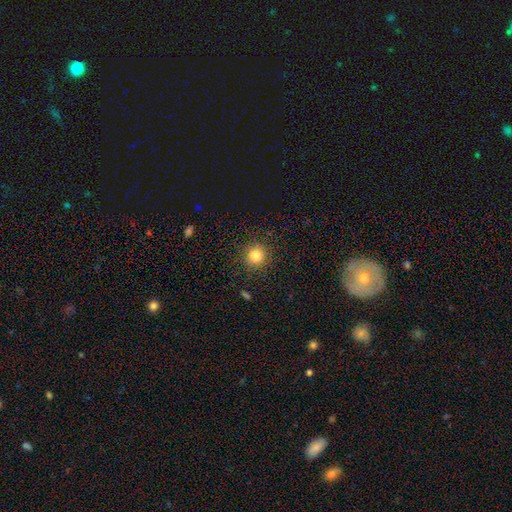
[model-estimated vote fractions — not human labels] smooth-or-featured: smooth: 82% | star or artifact: 12% | featured or disk: 6%
  how-rounded: round: 93% | in between: 6% | cigar-shaped: 1%
  merging: none: 89% | minor disturbance: 7% | major disturbance: 2% | merger: 1%